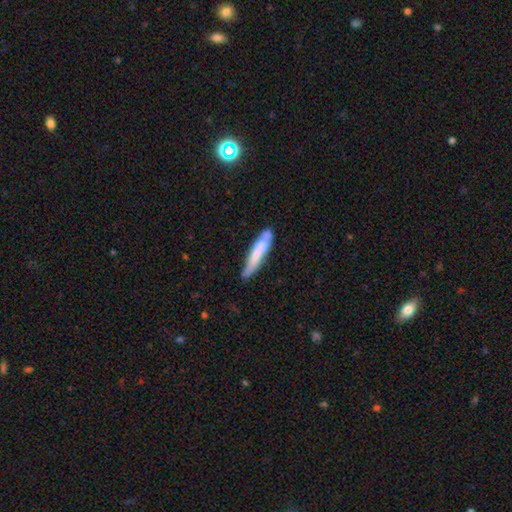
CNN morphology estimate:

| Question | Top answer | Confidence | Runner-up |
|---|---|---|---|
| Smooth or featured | smooth | 61% | featured or disk (33%) |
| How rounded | cigar-shaped | 86% | in between (12%) |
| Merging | none | 53% | minor disturbance (28%) |